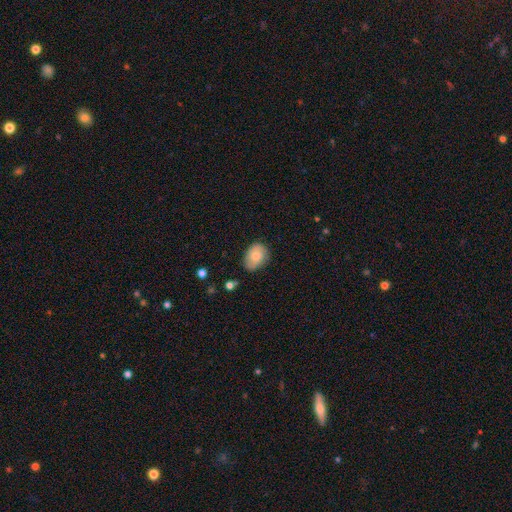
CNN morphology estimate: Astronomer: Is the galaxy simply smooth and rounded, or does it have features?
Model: smooth — 75%.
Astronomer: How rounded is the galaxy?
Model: in between — 76%.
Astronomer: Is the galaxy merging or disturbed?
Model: none — 68%.